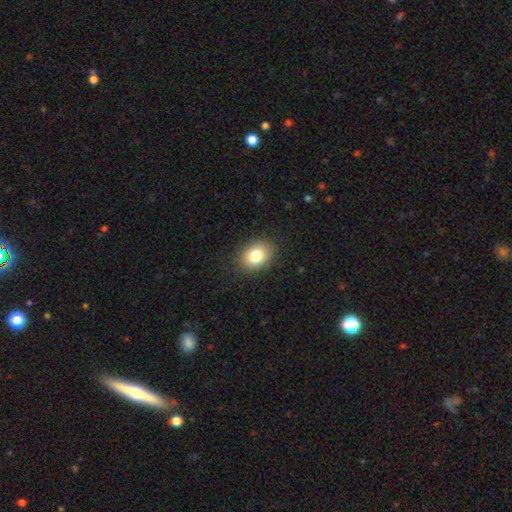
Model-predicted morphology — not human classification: Smooth or featured? smooth (81%)
How rounded? in between (67%)
Merging? none (87%)